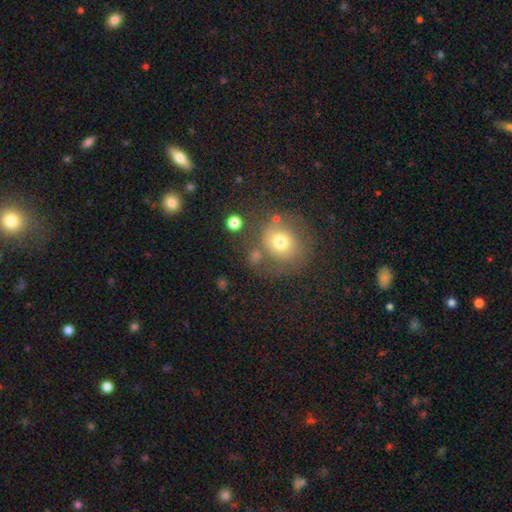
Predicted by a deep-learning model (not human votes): Morphology: type=smooth (66%); roundness=round (79%); merging=none (65%).